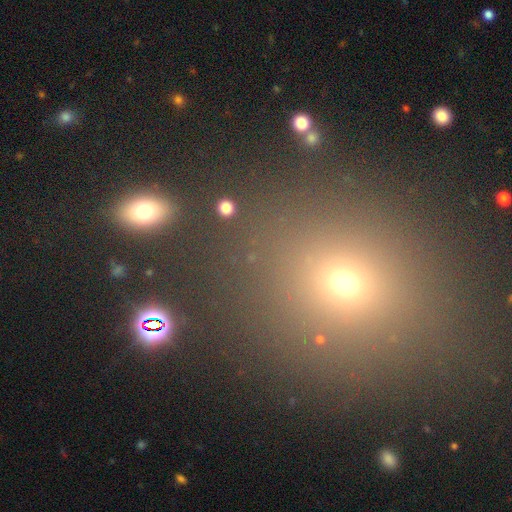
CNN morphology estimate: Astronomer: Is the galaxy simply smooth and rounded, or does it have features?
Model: smooth — 59%.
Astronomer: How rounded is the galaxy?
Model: round — 66%.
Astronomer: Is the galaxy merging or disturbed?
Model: none — 82%.